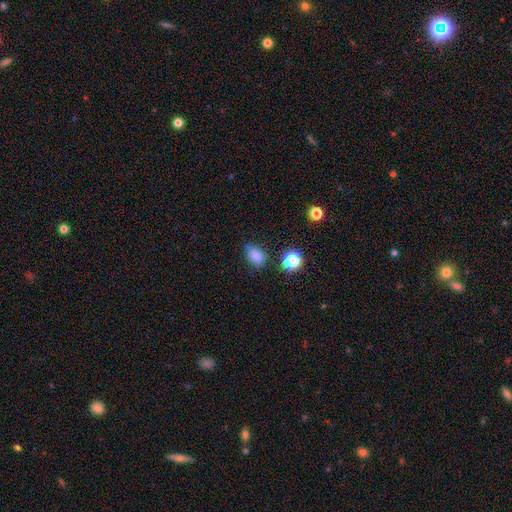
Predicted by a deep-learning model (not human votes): smooth-or-featured: smooth: 81% | star or artifact: 13% | featured or disk: 6%
  how-rounded: in between: 72% | round: 27% | cigar-shaped: 1%
  merging: none: 68% | minor disturbance: 23% | major disturbance: 5% | merger: 4%